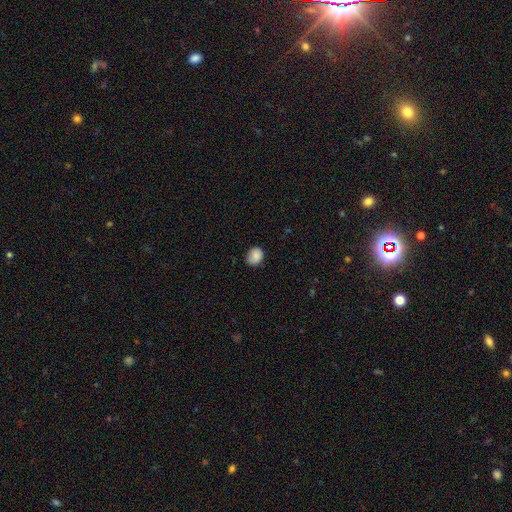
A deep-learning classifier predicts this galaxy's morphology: smooth 86%, star or artifact 9%, featured or disk 5%. Down the decision tree: how rounded — round (58%); merging — none (76%).